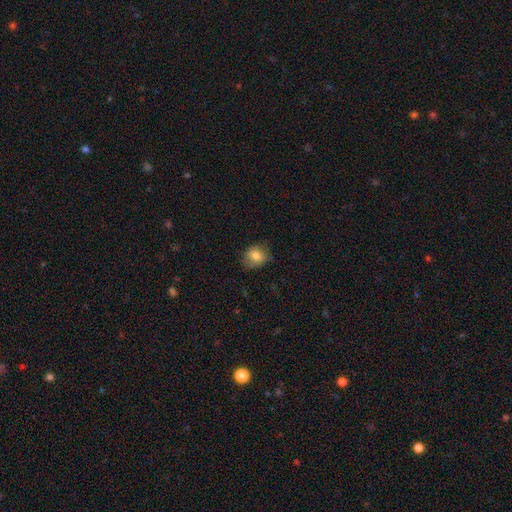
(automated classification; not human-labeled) Overall: smooth (78%). How rounded: round (55%; in between 44%). Merging: none (73%).